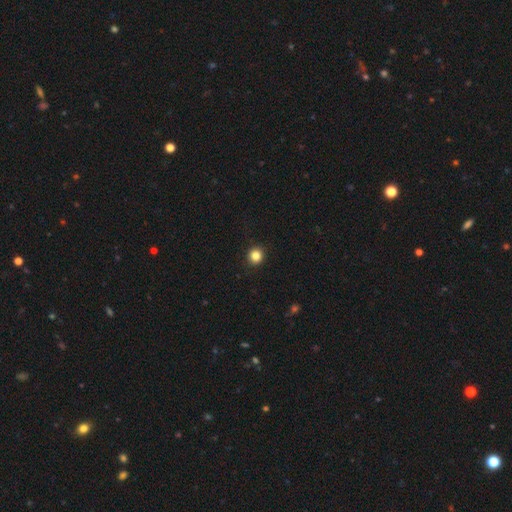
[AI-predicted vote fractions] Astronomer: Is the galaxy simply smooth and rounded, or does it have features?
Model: smooth — 85%.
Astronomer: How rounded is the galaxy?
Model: round — 93%.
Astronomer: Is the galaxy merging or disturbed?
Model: none — 93%.